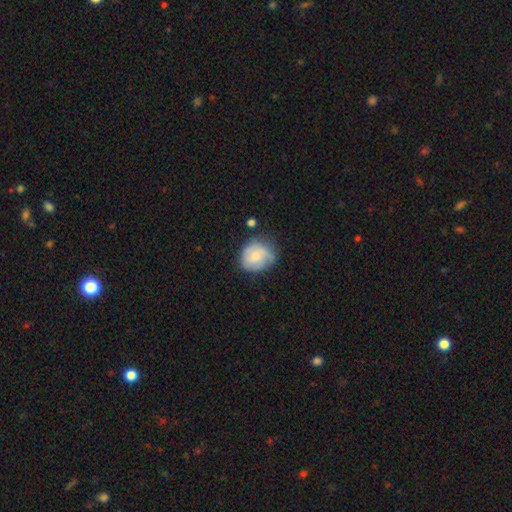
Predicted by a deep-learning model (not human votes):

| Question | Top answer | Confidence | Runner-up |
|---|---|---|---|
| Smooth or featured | smooth | 56% | featured or disk (37%) |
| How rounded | round | 71% | in between (28%) |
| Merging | none | 55% | minor disturbance (31%) |